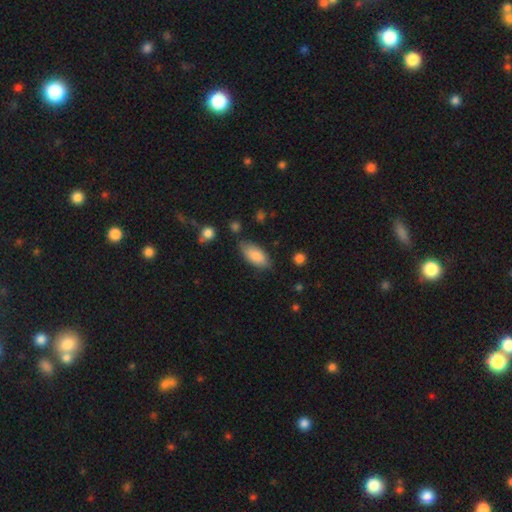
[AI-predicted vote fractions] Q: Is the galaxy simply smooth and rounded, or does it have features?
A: smooth — 85%.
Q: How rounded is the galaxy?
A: in between — 88%.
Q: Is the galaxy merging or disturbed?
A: none — 75%.